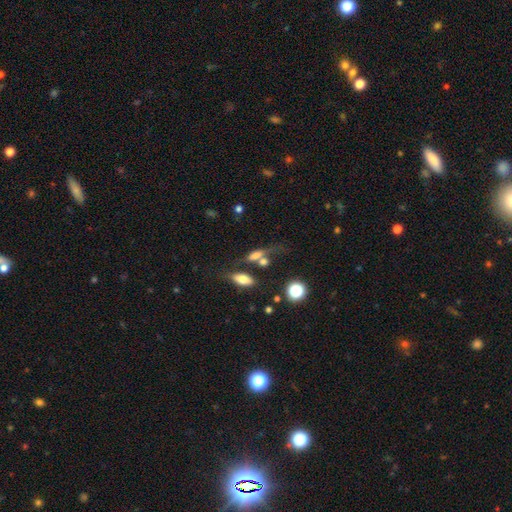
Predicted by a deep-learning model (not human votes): A smooth galaxy with no disk features (64%) that is in between round and cigar-shaped (61%). Merging: none (39%).